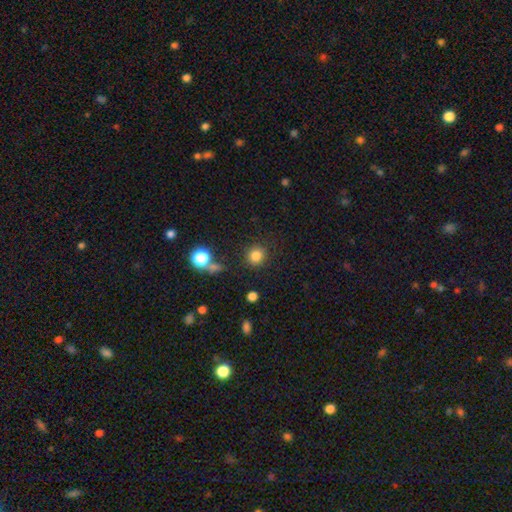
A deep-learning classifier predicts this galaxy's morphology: This is clearly a smooth galaxy (82%). How rounded: clearly round (90%). Merging: clearly none (85%).